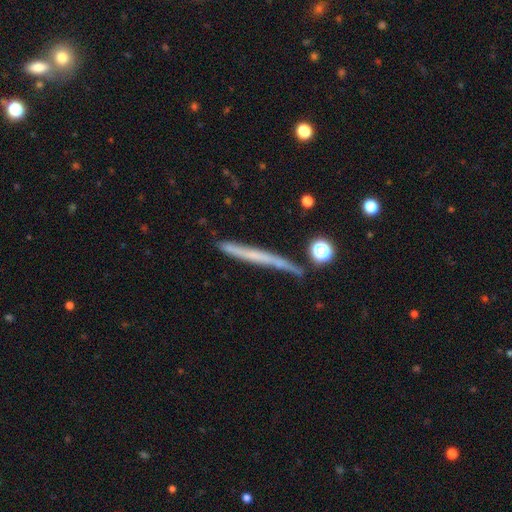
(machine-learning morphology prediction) This appears to be a featured or disk galaxy (51%) viewed edge-on (94%). Merging: none (76%).